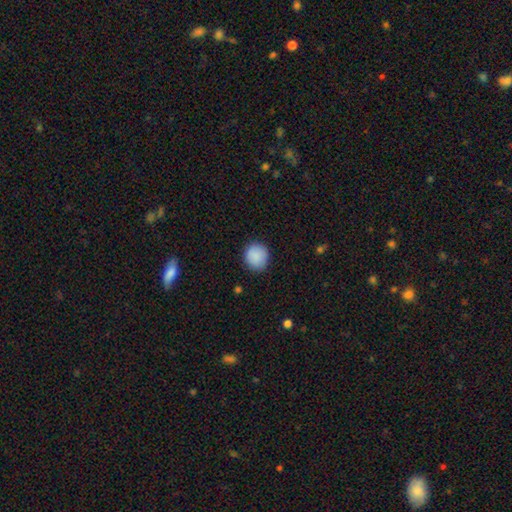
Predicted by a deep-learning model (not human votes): Smooth or featured? smooth (89%)
How rounded? round (87%)
Merging? none (88%)